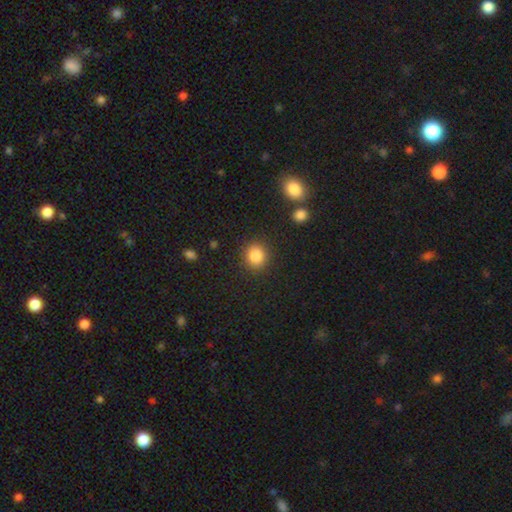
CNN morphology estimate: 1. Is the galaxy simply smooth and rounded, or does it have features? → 85% smooth, 10% star or artifact, 5% featured or disk.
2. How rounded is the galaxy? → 82% round, 17% in between, 1% cigar-shaped.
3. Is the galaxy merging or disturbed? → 88% none, 8% minor disturbance, 3% major disturbance, 2% merger.